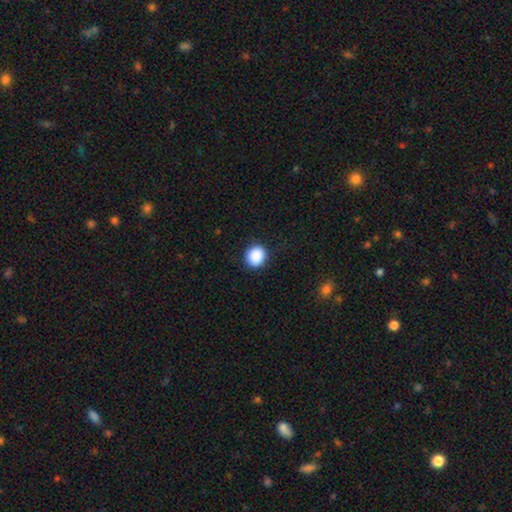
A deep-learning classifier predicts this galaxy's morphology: Q: Smooth or featured?
A: smooth (89%); runner-up: star or artifact (9%)
Q: How rounded?
A: round (83%); runner-up: in between (17%)
Q: Merging?
A: none (89%); runner-up: minor disturbance (8%)